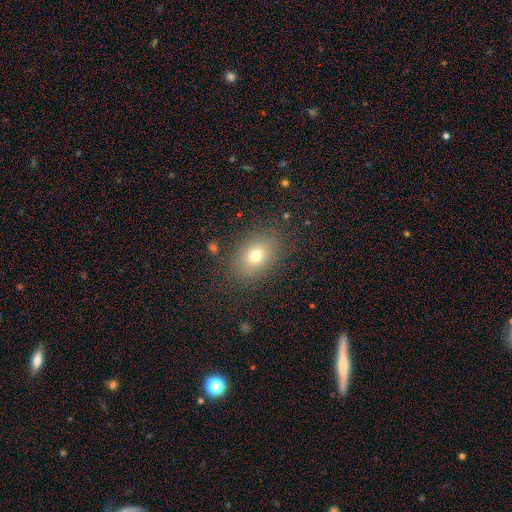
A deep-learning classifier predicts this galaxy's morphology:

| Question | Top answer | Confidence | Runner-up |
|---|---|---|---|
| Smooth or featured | smooth | 72% | featured or disk (14%) |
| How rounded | in between | 76% | round (23%) |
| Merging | none | 84% | minor disturbance (10%) |